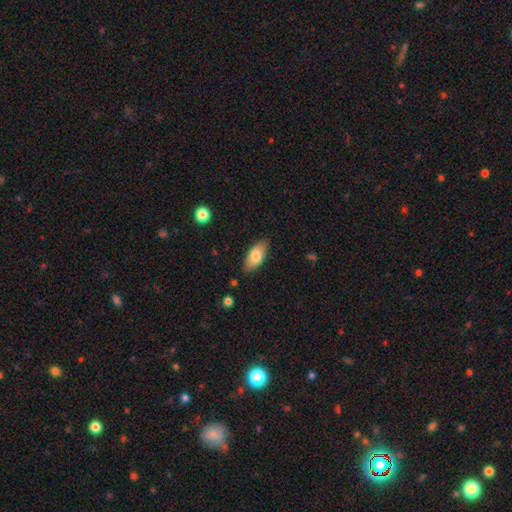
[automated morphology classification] Smooth or featured: smooth — 79% (featured or disk — 15%)
How rounded: in between — 89% (cigar-shaped — 8%)
Merging: none — 85% (minor disturbance — 11%)